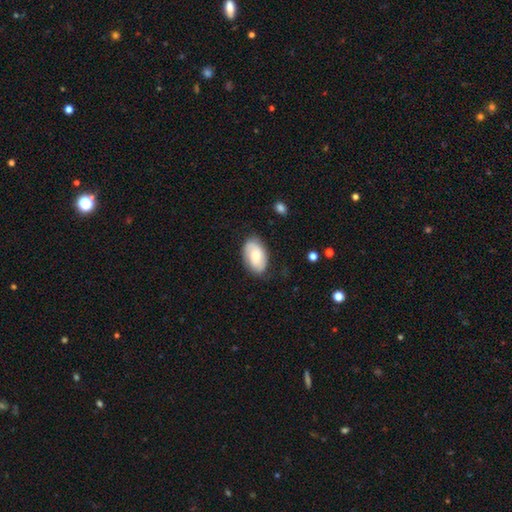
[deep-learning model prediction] The model was most divided on "smooth or featured": smooth: 66%, featured or disk: 28%, star or artifact: 6%. More confident: how rounded — in between (92%); merging — none (76%).